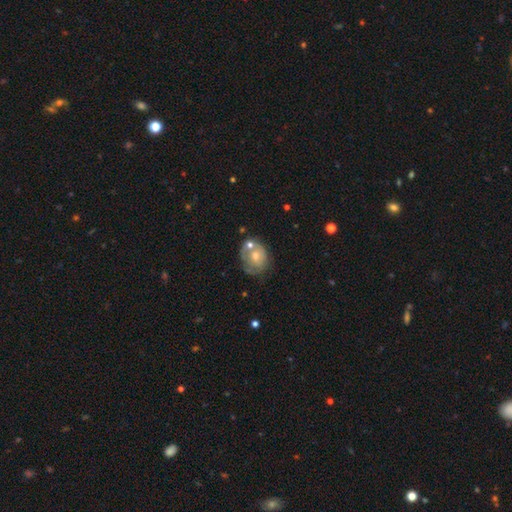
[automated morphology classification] Q: Smooth or featured?
A: featured or disk (47%); runner-up: smooth (46%)
Q: Merging?
A: none (43%); runner-up: minor disturbance (24%)